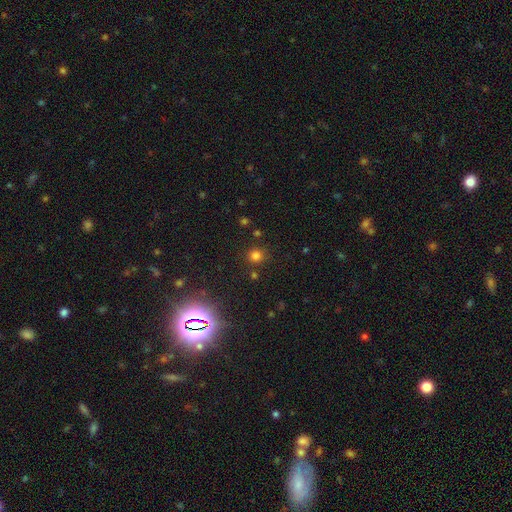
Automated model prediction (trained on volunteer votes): smooth-or-featured: smooth: 74% | star or artifact: 21% | featured or disk: 5%
  how-rounded: round: 91% | in between: 8% | cigar-shaped: 1%
  merging: none: 86% | minor disturbance: 7% | merger: 4% | major disturbance: 3%